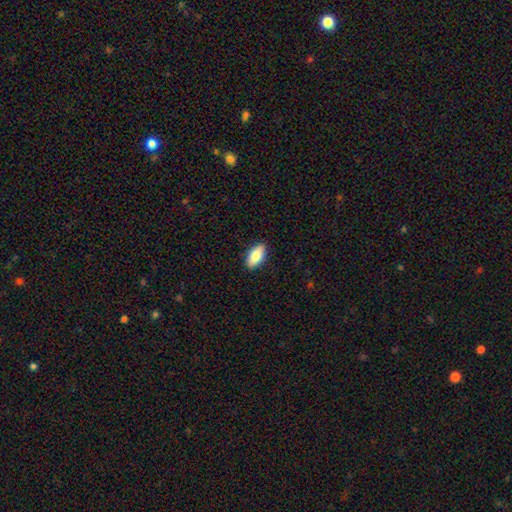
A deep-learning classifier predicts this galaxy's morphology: Smooth or featured: smooth — 80% (featured or disk — 14%)
How rounded: in between — 89% (cigar-shaped — 8%)
Merging: none — 89% (minor disturbance — 8%)